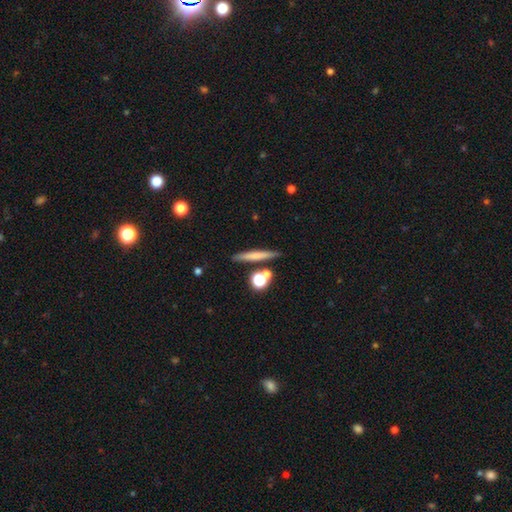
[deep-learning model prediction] The model was most divided on "smooth or featured": smooth: 62%, featured or disk: 29%, star or artifact: 9%. More confident: how rounded — cigar-shaped (86%); merging — none (79%).